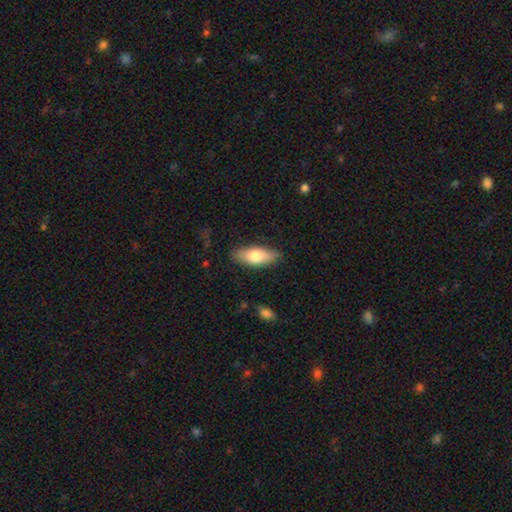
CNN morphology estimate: Smooth or featured? Predicted: smooth (p=0.76). How rounded? Predicted: in between (p=0.76). Merging? Predicted: none (p=0.85).